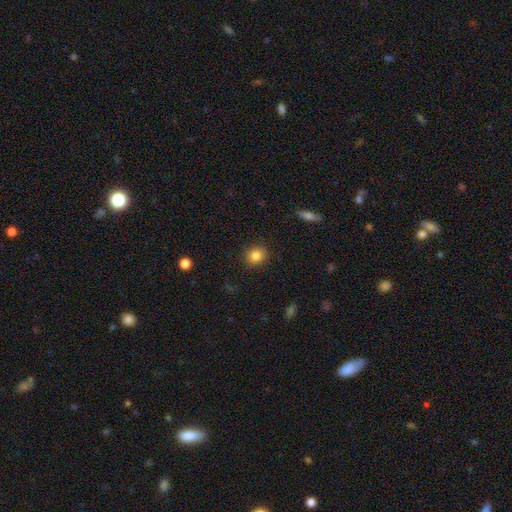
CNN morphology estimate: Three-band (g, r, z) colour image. It shows a smooth galaxy with no disk features (84%) that is round (79%). Merging: none (90%).